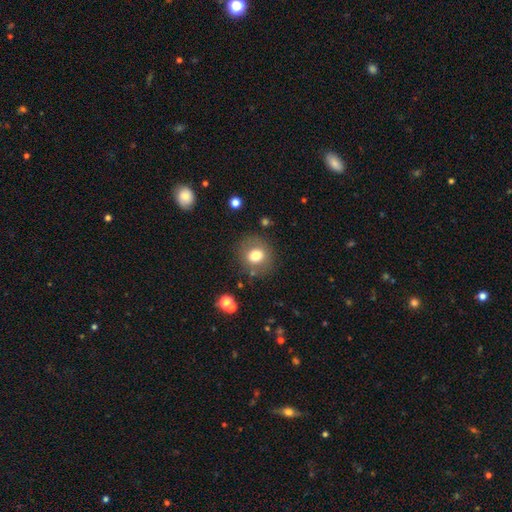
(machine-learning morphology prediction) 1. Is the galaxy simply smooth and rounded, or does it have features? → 74% smooth, 15% featured or disk, 11% star or artifact.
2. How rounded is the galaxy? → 83% round, 16% in between, 1% cigar-shaped.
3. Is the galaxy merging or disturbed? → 82% none, 10% minor disturbance, 5% major disturbance, 3% merger.